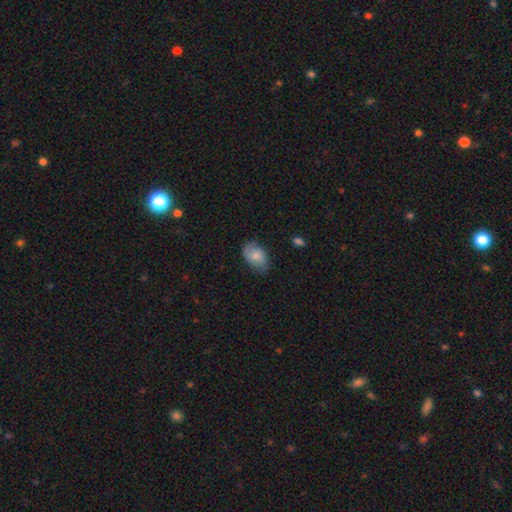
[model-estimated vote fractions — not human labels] This appears to be a smooth galaxy with no disk features (66%) that is in between round and cigar-shaped (86%). Merging: none (66%).